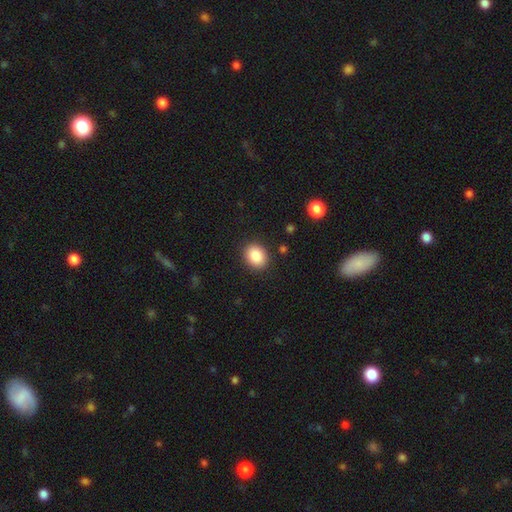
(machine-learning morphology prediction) smooth_or_featured: smooth (p=0.87) [alt: star or artifact p=0.08]
how_rounded: in between (p=0.50) [alt: round p=0.49]
merging: none (p=0.89) [alt: minor disturbance p=0.08]